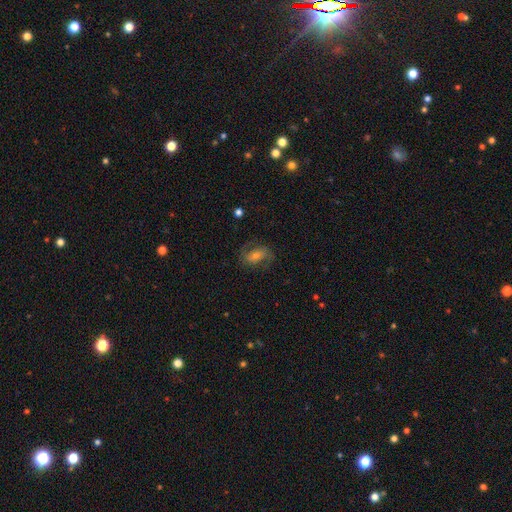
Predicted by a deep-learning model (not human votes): A featured or disk galaxy (66%) with no bar (40%), 2 (84%) medium (49%) spiral arms (89%) and a small central bulge (46%). Merging: none (75%).